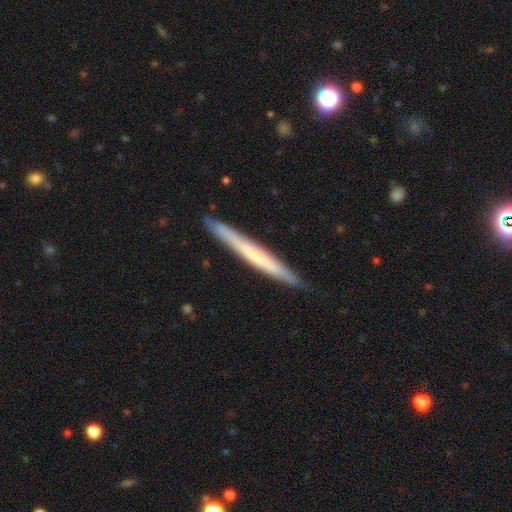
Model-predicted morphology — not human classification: A smooth galaxy with no disk features (49%).

Vote fractions:
- Smooth or featured? smooth: 49% / featured or disk: 46% / star or artifact: 5%
- Merging? none: 90% / minor disturbance: 8% / major disturbance: 1% / merger: 1%